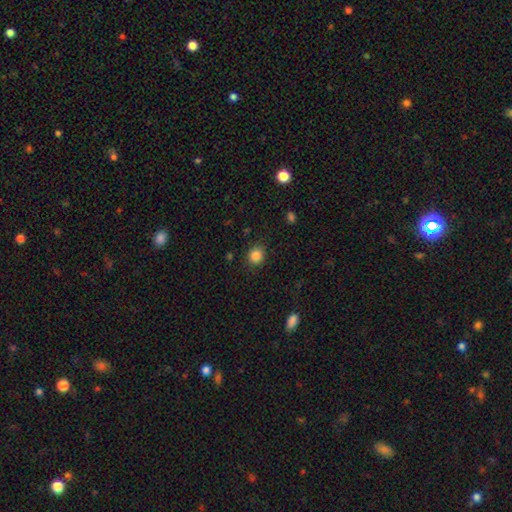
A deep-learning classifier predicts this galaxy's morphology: Q: Smooth or featured?
A: smooth (85%); runner-up: star or artifact (11%)
Q: How rounded?
A: round (80%); runner-up: in between (19%)
Q: Merging?
A: none (86%); runner-up: minor disturbance (10%)